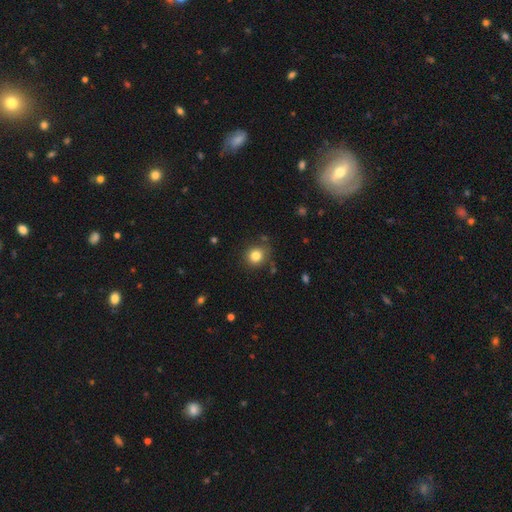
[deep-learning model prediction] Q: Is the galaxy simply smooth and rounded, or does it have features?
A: smooth — 82%.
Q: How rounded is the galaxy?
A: round — 83%.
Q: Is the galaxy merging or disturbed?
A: none — 81%.